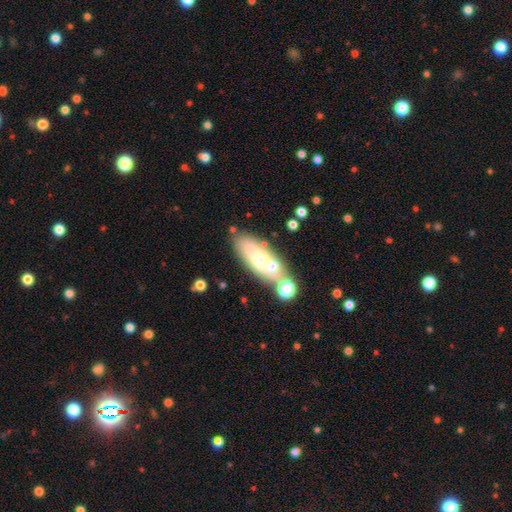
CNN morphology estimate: This is possibly a smooth galaxy (47%). Merging: likely none (67%).